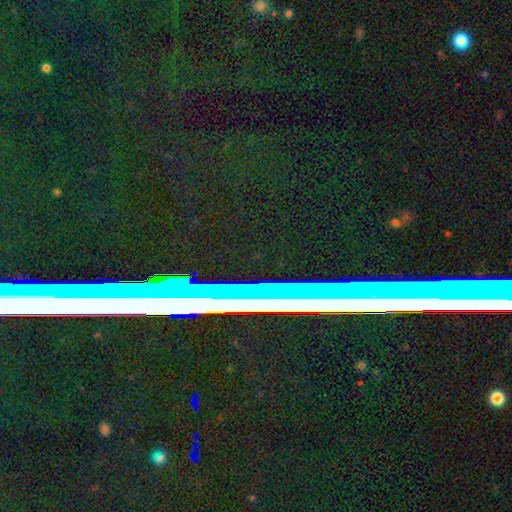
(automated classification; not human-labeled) A star or artifact, not a galaxy (76%).

Vote fractions:
- Smooth or featured? star or artifact: 76% / featured or disk: 14% / smooth: 10%